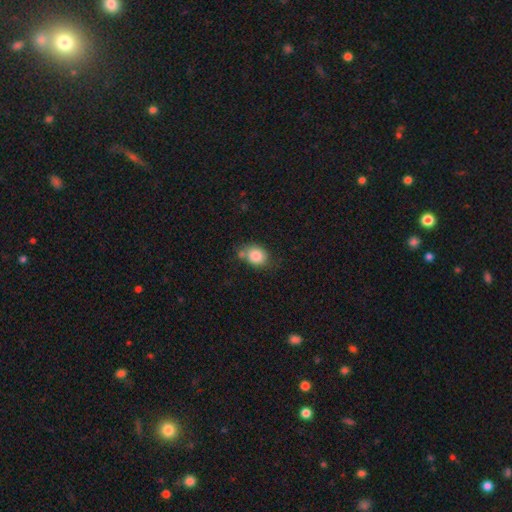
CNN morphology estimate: smooth_or_featured: smooth (p=0.84) [alt: star or artifact p=0.09]
how_rounded: round (p=0.51) [alt: in between p=0.48]
merging: none (p=0.60) [alt: minor disturbance p=0.21]